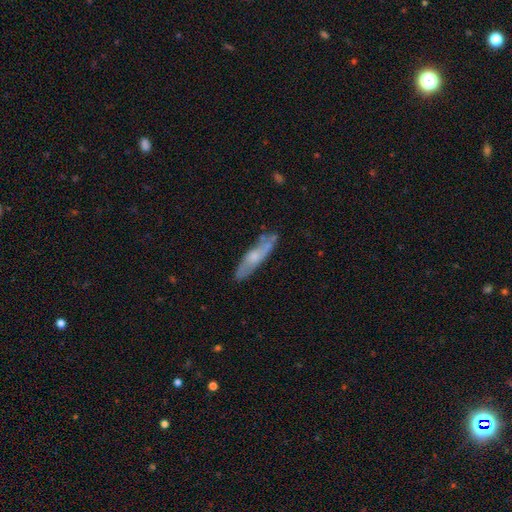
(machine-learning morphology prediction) Smooth or featured? featured or disk (50%)
Merging? none (74%)